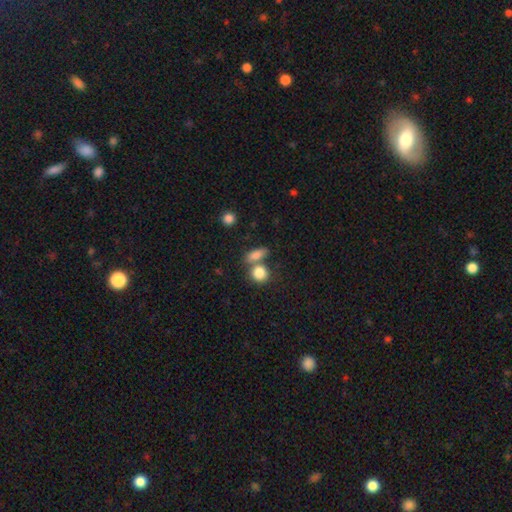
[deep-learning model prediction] The model was most divided on "merging": none: 47%, merger: 38%, minor disturbance: 10%, major disturbance: 5%. More confident: smooth or featured — smooth (83%); how rounded — in between (60%).